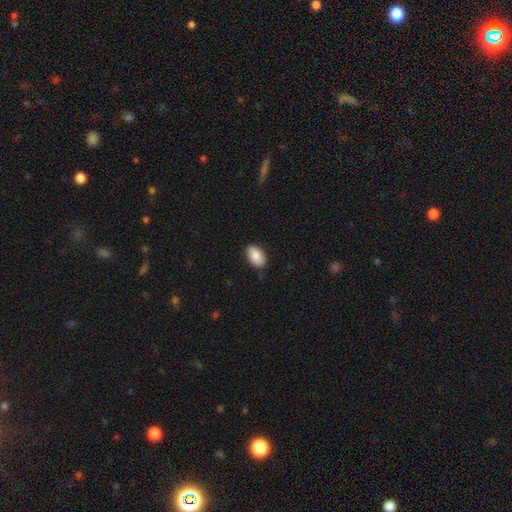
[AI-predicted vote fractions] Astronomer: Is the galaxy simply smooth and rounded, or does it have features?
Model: smooth — 83%.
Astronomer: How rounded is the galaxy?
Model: in between — 93%.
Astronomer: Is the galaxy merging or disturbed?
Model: none — 85%.